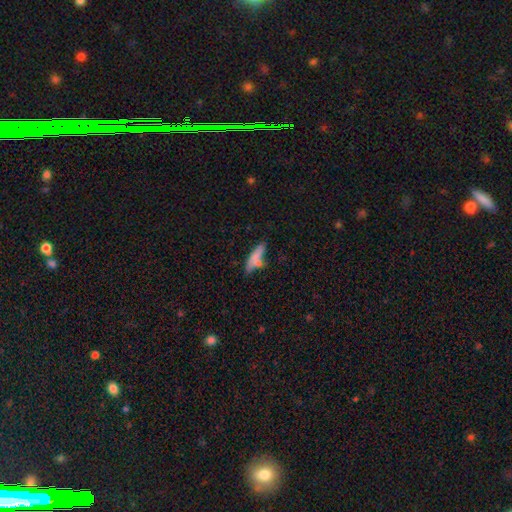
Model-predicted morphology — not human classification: A smooth galaxy with no disk features (73%) that is cigar-shaped (63%). Merging: none (51%).